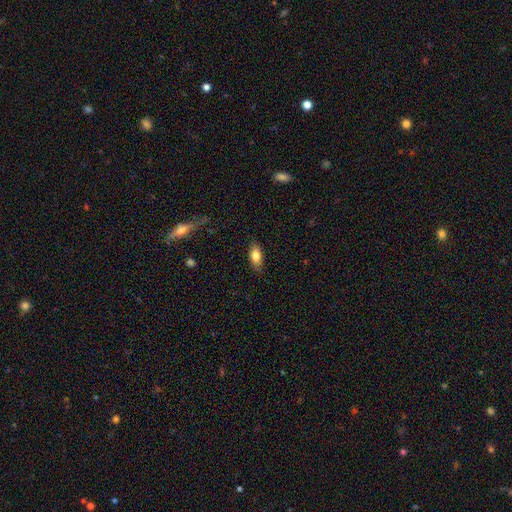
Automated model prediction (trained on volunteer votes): This is likely a smooth galaxy (79%). How rounded: clearly in between (85%). Merging: clearly none (82%).